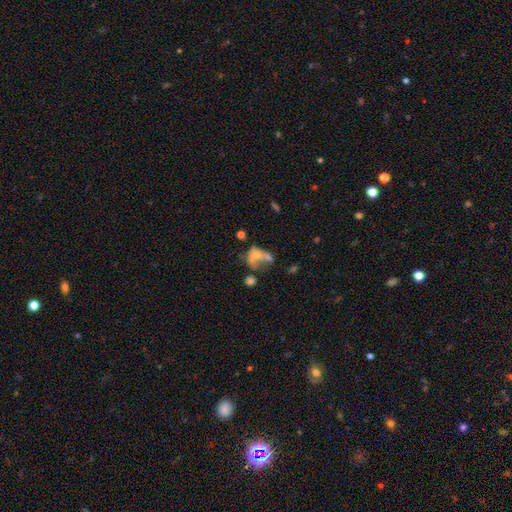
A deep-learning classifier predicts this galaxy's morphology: This is marginally a smooth galaxy (42%, tied with featured or disk). Merging: marginally merger (40%).